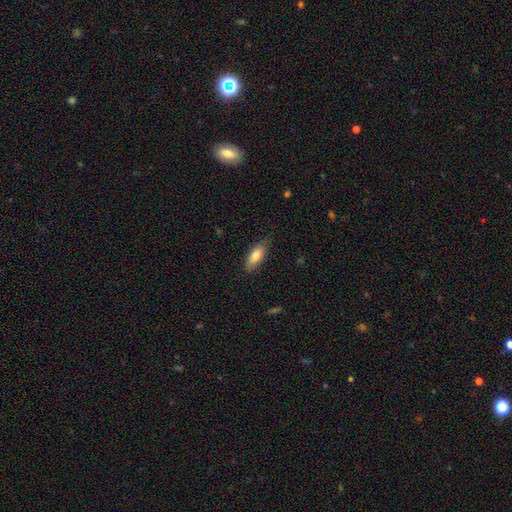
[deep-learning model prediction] This is likely a smooth galaxy (80%). How rounded: likely in between (75%). Merging: likely none (80%).